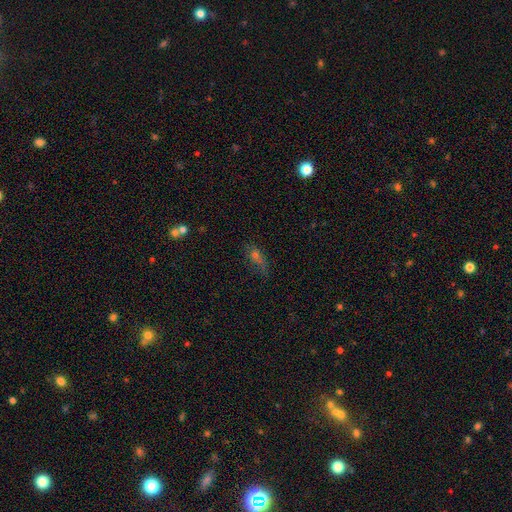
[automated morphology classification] type=smooth (45%); merging=none (50%).